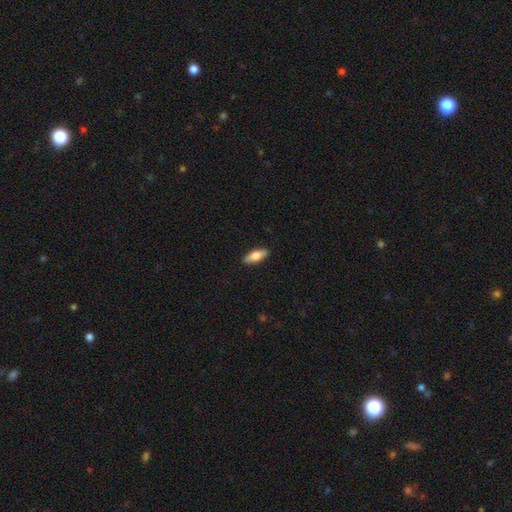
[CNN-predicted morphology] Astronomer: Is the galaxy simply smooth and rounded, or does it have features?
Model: smooth — 76%.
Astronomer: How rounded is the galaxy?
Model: in between — 73%.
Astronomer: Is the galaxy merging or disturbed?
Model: none — 90%.